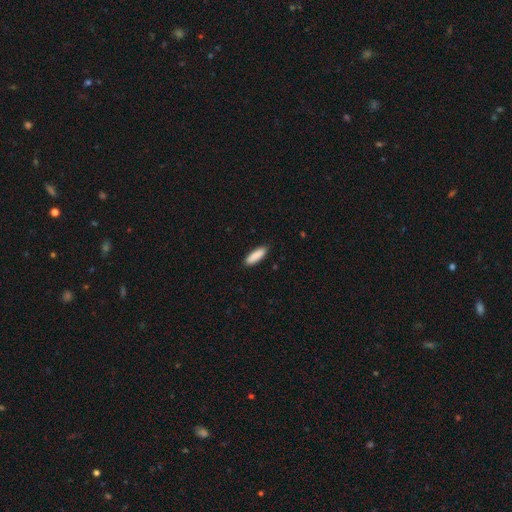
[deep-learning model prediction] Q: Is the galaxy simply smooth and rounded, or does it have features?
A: smooth — 89%.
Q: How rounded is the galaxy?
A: cigar-shaped — 52%.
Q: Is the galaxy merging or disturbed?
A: none — 88%.